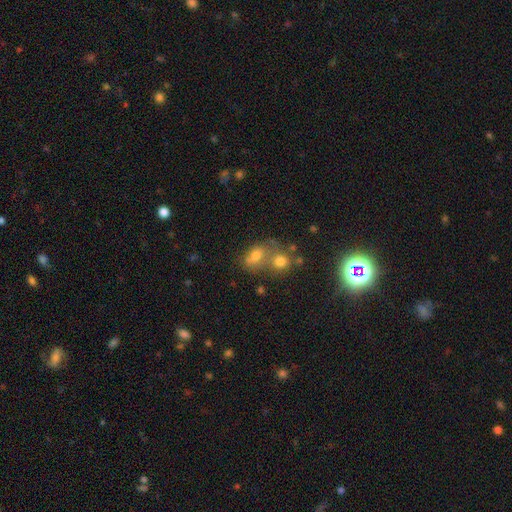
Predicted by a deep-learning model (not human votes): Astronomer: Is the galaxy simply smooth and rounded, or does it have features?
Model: smooth — 71%.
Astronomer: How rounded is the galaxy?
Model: in between — 58% (runner-up: round, 40%).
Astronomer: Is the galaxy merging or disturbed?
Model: merger — 52% (runner-up: none, 31%).